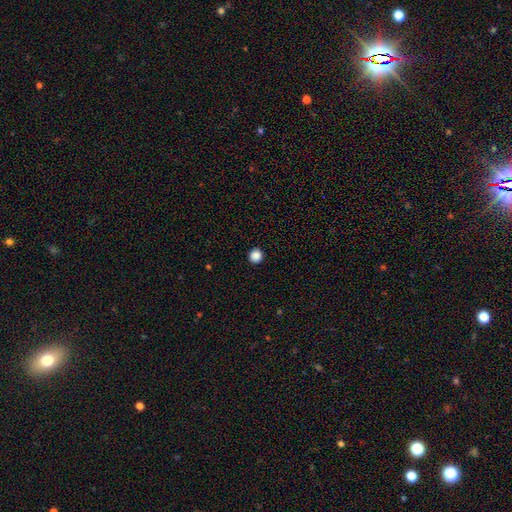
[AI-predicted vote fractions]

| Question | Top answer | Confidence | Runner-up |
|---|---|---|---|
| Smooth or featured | smooth | 87% | star or artifact (10%) |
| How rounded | round | 95% | in between (4%) |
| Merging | none | 94% | minor disturbance (4%) |